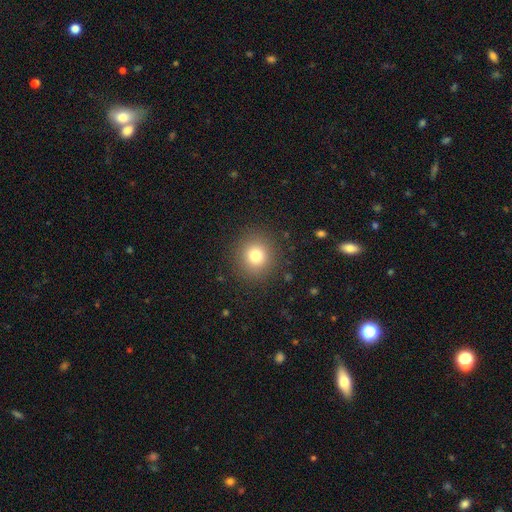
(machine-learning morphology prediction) smooth 78%, star or artifact 13%, featured or disk 9%. Down the decision tree: how rounded — round (91%); merging — none (89%).